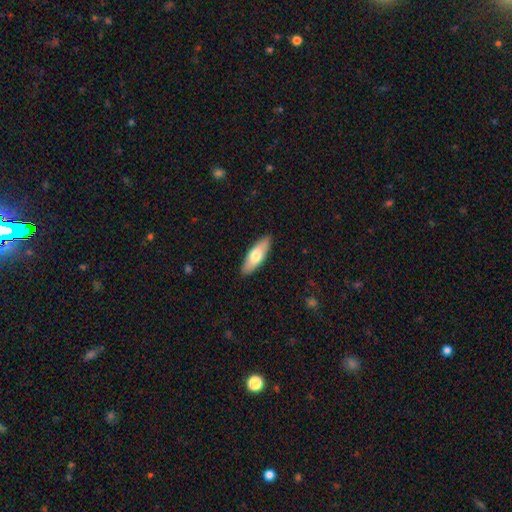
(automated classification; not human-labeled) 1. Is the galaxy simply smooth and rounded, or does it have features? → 68% smooth, 27% featured or disk, 5% star or artifact.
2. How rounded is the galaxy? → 61% in between, 37% cigar-shaped, 2% round.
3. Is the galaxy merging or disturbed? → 89% none, 8% minor disturbance, 2% major disturbance, 1% merger.